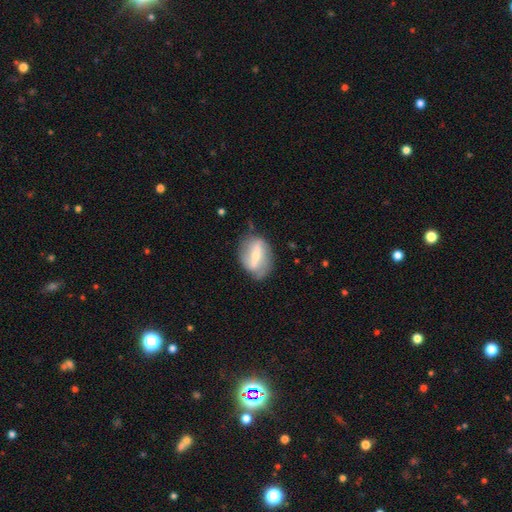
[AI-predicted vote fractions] Q: Smooth or featured?
A: featured or disk (58%); runner-up: smooth (35%)
Q: Edge-on disk?
A: no (89%); runner-up: yes (11%)
Q: Bar?
A: strong (67%); runner-up: weak (24%)
Q: Spiral arms?
A: yes (53%); runner-up: no (47%)
Q: Bulge size?
A: small (44%); runner-up: moderate (34%)
Q: Merging?
A: none (66%); runner-up: minor disturbance (23%)